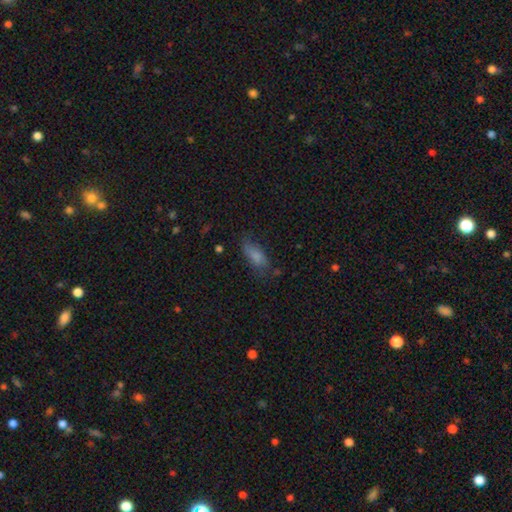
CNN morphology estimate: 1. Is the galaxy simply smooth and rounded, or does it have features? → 77% smooth, 14% featured or disk, 9% star or artifact.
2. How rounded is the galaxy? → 80% in between, 17% cigar-shaped, 3% round.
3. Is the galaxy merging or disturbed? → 58% none, 28% minor disturbance, 12% major disturbance, 2% merger.